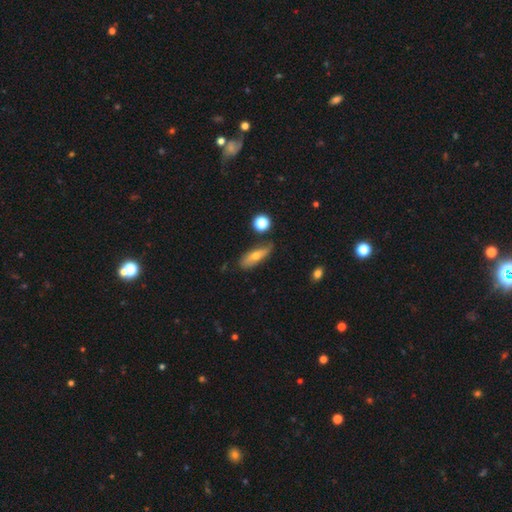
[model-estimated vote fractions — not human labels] The model was most divided on "how rounded": in between: 56%, cigar-shaped: 39%, round: 5%. More confident: merging — none (69%); smooth or featured — smooth (56%).